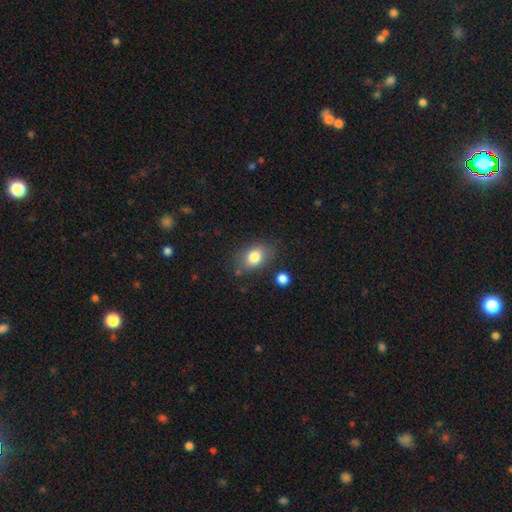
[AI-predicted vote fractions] The model was most divided on "how rounded": in between: 76%, round: 22%, cigar-shaped: 2%. More confident: smooth or featured — smooth (81%); merging — none (75%).